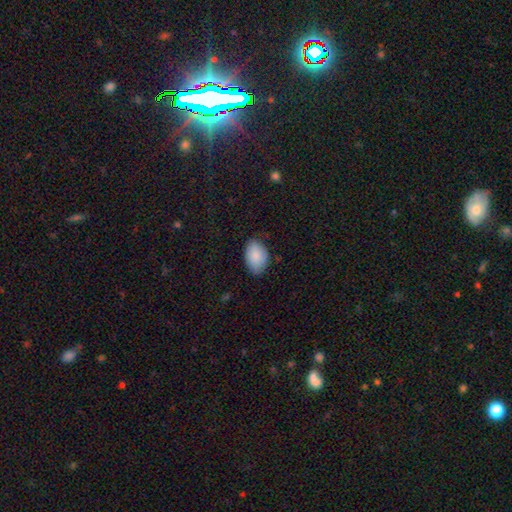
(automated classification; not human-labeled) The model was most divided on "merging": none: 75%, minor disturbance: 21%, major disturbance: 3%, merger: 1%. More confident: how rounded — in between (90%); smooth or featured — smooth (88%).